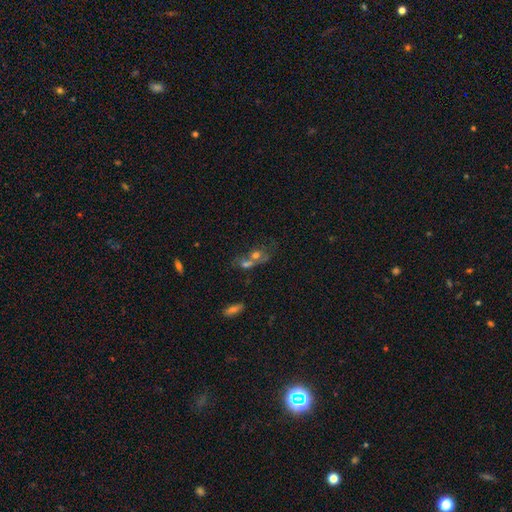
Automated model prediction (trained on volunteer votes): A smooth galaxy with no disk features (50%). Merging: merger (59%).